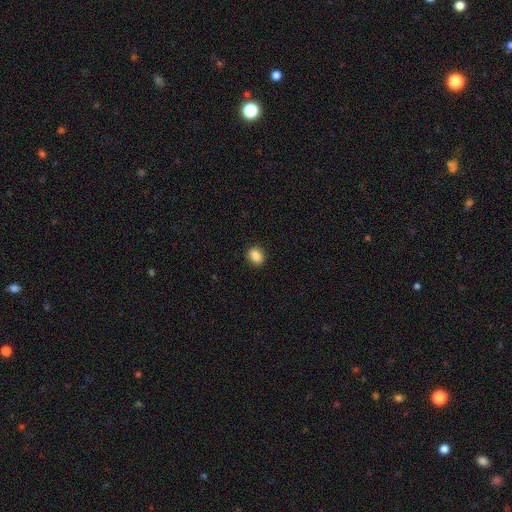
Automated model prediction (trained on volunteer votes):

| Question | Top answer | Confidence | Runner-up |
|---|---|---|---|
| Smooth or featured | smooth | 87% | star or artifact (8%) |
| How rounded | in between | 60% | round (39%) |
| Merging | none | 89% | minor disturbance (8%) |